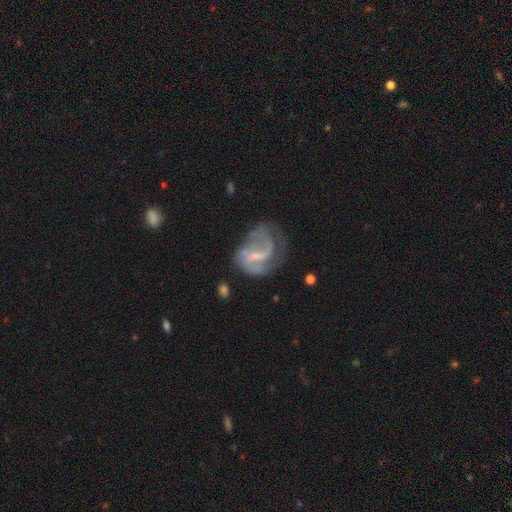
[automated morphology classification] Q: Smooth or featured?
A: featured or disk (74%); runner-up: smooth (18%)
Q: Edge-on disk?
A: no (98%); runner-up: yes (2%)
Q: Bar?
A: weak (52%); runner-up: no (24%)
Q: Spiral arms?
A: yes (78%); runner-up: no (22%)
Q: Spiral winding?
A: loose (41%); tied with: medium (41%)
Q: Spiral arm count?
A: 2 (43%); runner-up: 1 (24%)
Q: Bulge size?
A: small (42%); runner-up: none (31%)
Q: Merging?
A: major disturbance (38%); runner-up: none (36%)